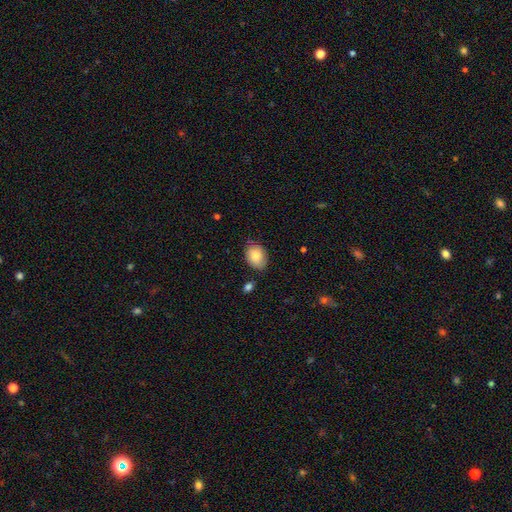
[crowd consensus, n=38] Smooth or featured?
  - smooth: 79% *
  - featured or disk: 18%
  - star or artifact: 3%
How rounded?
  - in between: 57% *
  - round: 43%
  - cigar-shaped: 0%
Merging?
  - none: 65% *
  - minor disturbance: 24%
  - major disturbance: 8%
  - merger: 3%